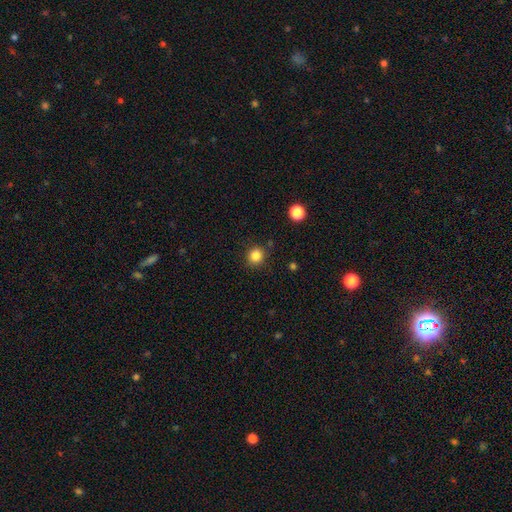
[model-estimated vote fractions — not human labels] Smooth or featured?
  - smooth: 84% *
  - star or artifact: 12%
  - featured or disk: 4%
How rounded?
  - round: 91% *
  - in between: 8%
  - cigar-shaped: 1%
Merging?
  - none: 88% *
  - minor disturbance: 8%
  - major disturbance: 2%
  - merger: 2%